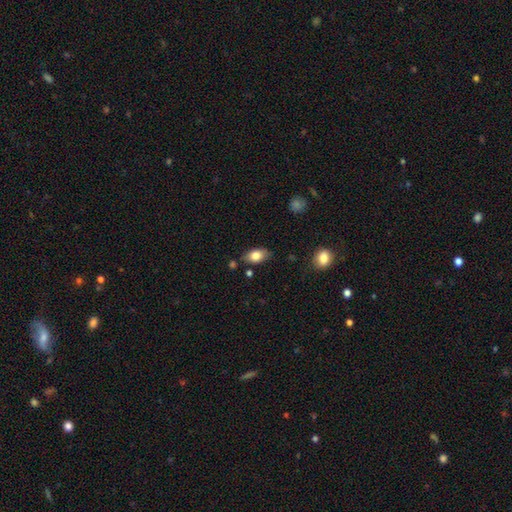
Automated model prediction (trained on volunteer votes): Smooth or featured: smooth — 80% (featured or disk — 13%)
How rounded: in between — 89% (round — 8%)
Merging: none — 78% (minor disturbance — 15%)